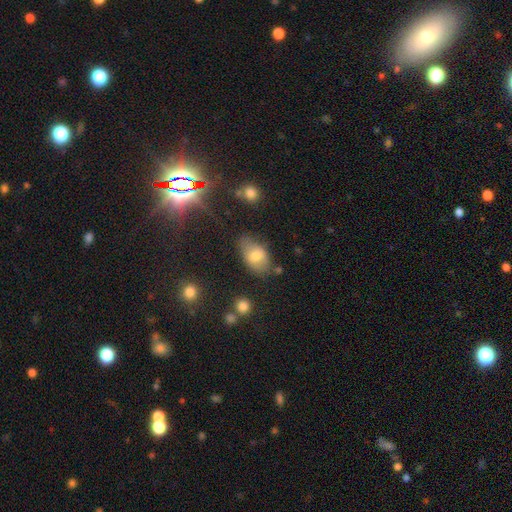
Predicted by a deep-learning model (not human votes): This appears to be a smooth galaxy with no disk features (68%) that is in between round and cigar-shaped (89%). Merging: none (63%).